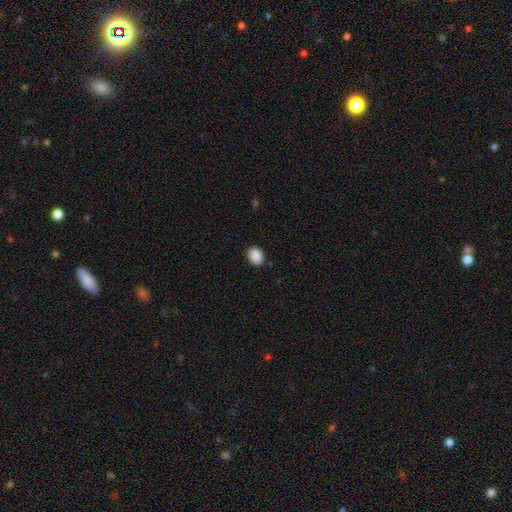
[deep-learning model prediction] smooth-or-featured: smooth: 89% | star or artifact: 8% | featured or disk: 3%
  how-rounded: in between: 65% | round: 34% | cigar-shaped: 1%
  merging: none: 86% | minor disturbance: 11% | major disturbance: 2% | merger: 1%